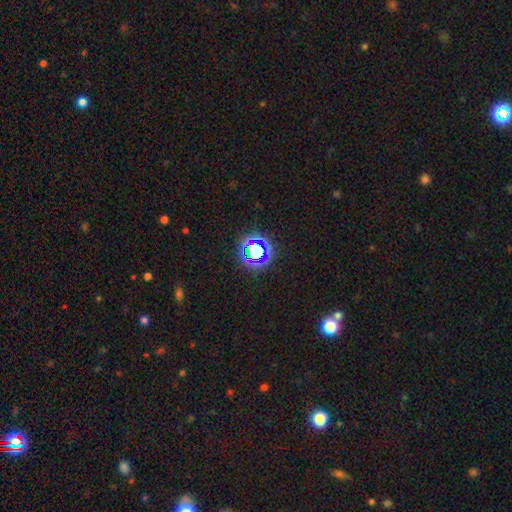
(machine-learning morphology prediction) Q: Smooth or featured?
A: star or artifact (61%); runner-up: smooth (27%)